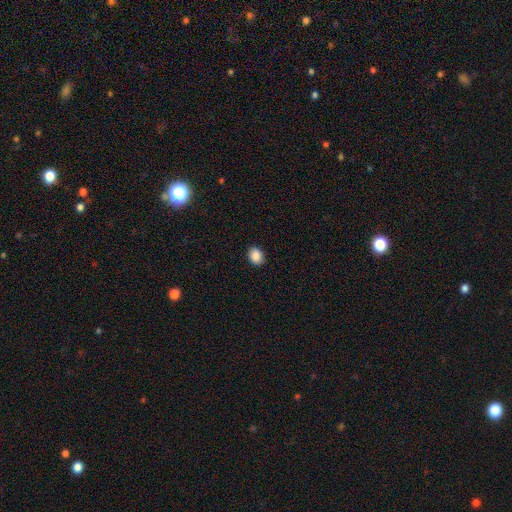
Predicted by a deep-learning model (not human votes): This appears to be a smooth galaxy with no disk features (89%) that is in between round and cigar-shaped (56%). Merging: none (88%).